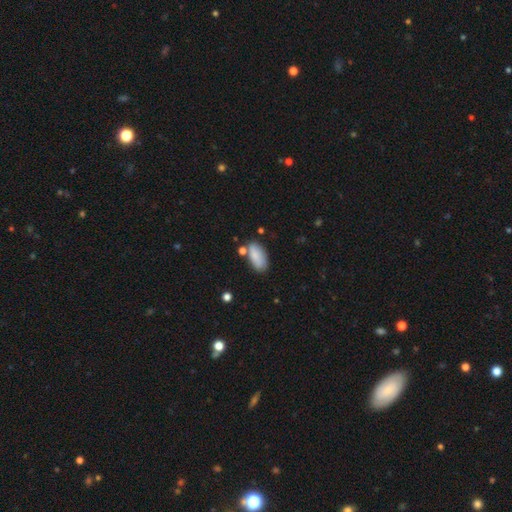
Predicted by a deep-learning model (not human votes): The model was most divided on "merging": none: 65%, minor disturbance: 20%, merger: 10%, major disturbance: 5%. More confident: how rounded — in between (89%); smooth or featured — smooth (84%).